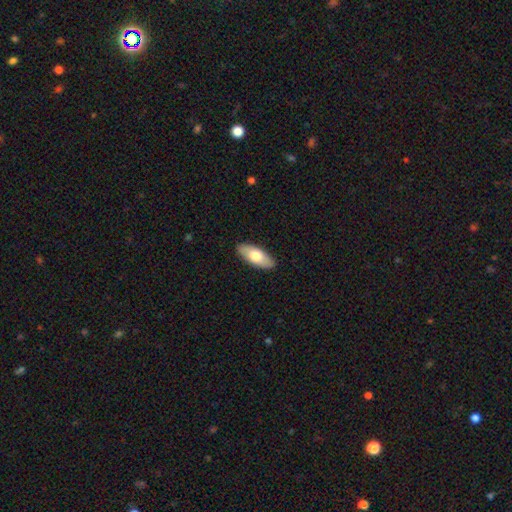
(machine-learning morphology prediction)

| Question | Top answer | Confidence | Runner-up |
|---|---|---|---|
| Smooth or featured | smooth | 71% | featured or disk (23%) |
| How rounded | in between | 83% | cigar-shaped (15%) |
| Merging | none | 89% | minor disturbance (8%) |